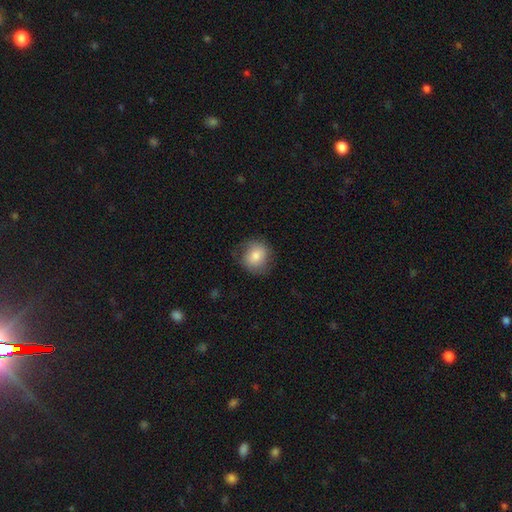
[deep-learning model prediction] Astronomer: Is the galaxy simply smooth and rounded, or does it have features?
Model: smooth — 75%.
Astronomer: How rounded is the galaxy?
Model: round — 79%.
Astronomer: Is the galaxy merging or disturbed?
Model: none — 70%.